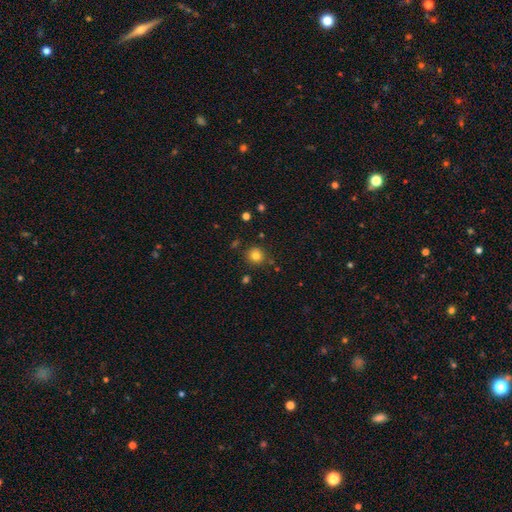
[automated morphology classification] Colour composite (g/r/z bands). It shows a smooth galaxy with no disk features (81%) that is round (92%). Merging: none (85%).